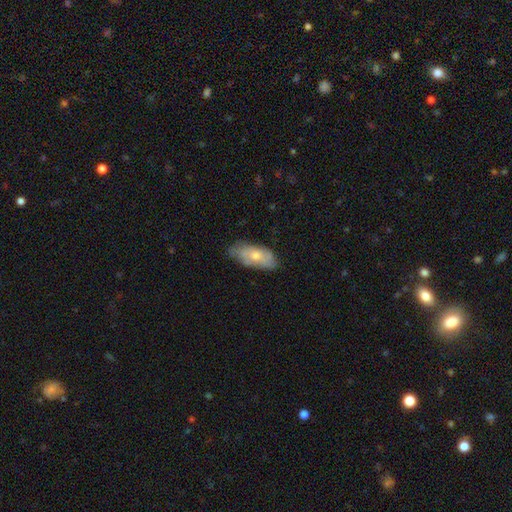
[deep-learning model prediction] Overall: smooth (57%; featured or disk 37%). How rounded: in between (86%). Merging: none (61%; minor disturbance 30%).